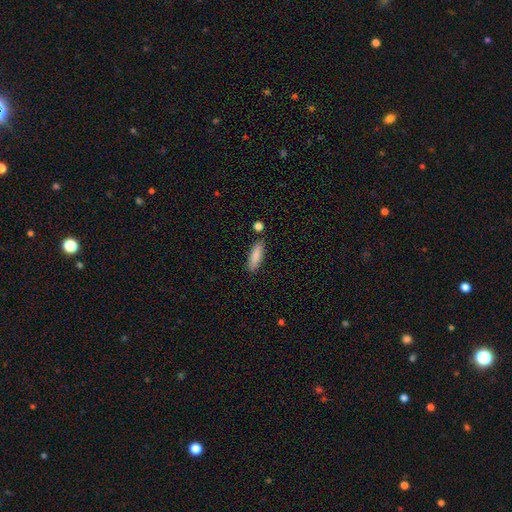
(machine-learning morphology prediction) smooth-or-featured: smooth: 85% | featured or disk: 9% | star or artifact: 6%
  how-rounded: cigar-shaped: 51% | in between: 47% | round: 2%
  merging: none: 80% | minor disturbance: 12% | merger: 5% | major disturbance: 3%